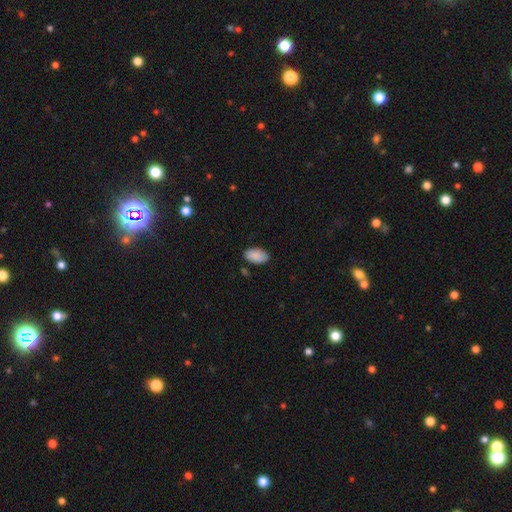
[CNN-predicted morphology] Smooth or featured: smooth — 88% (star or artifact — 7%)
How rounded: in between — 94% (round — 5%)
Merging: none — 83% (minor disturbance — 12%)